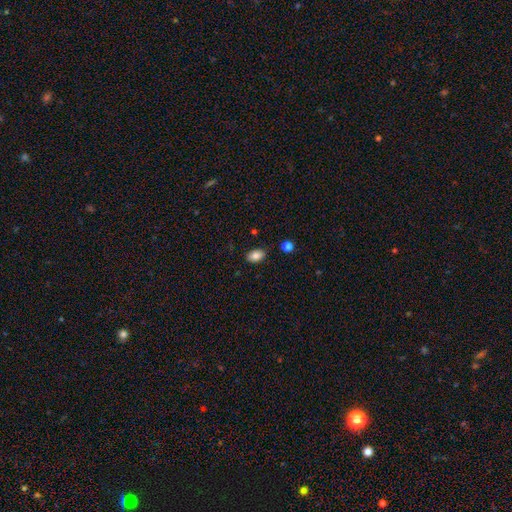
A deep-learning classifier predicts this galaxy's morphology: Smooth or featured: smooth — 84% (star or artifact — 9%)
How rounded: in between — 88% (round — 10%)
Merging: none — 86% (minor disturbance — 10%)